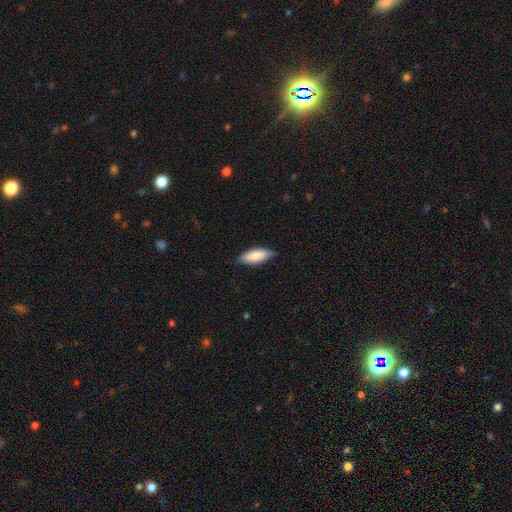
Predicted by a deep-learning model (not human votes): smooth 80%, featured or disk 14%, star or artifact 6%. Down the decision tree: how rounded — in between (74%); merging — none (81%).